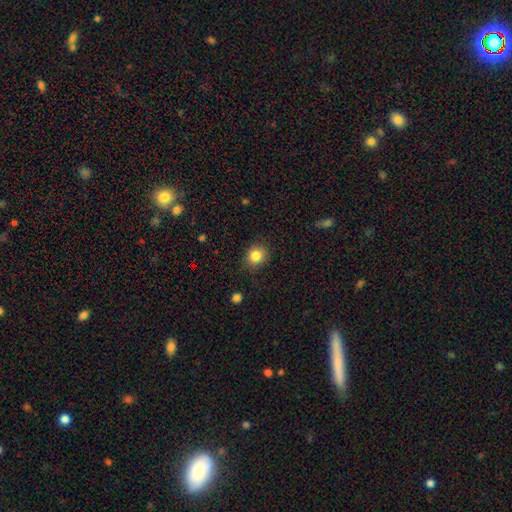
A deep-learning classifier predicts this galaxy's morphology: A smooth galaxy with no disk features (84%) that is round (78%).

Vote fractions:
- Smooth or featured? smooth: 84% / star or artifact: 10% / featured or disk: 5%
- How rounded? round: 78% / in between: 21% / cigar-shaped: 1%
- Merging? none: 84% / minor disturbance: 12% / major disturbance: 3% / merger: 1%